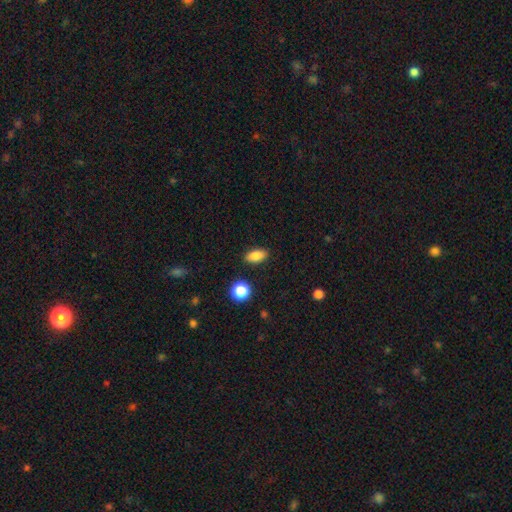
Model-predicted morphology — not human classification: The model was most divided on "smooth or featured": smooth: 86%, star or artifact: 9%, featured or disk: 5%. More confident: merging — none (88%); how rounded — in between (86%).